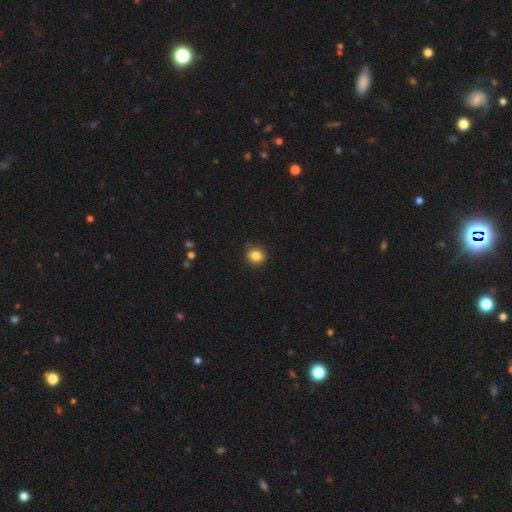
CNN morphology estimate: Overall: smooth (85%). How rounded: round (79%). Merging: none (86%).